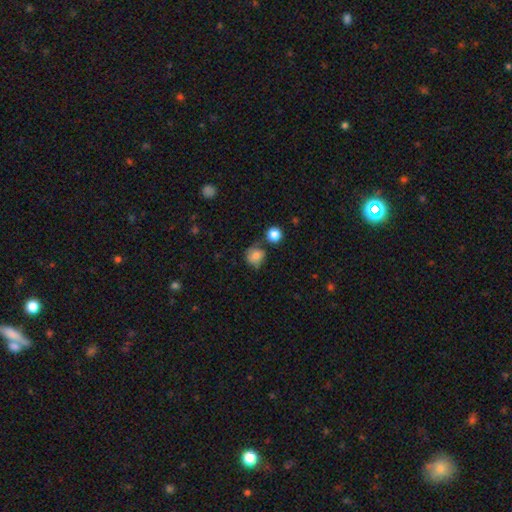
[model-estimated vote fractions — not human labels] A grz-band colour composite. It shows a smooth galaxy with no disk features (76%) that is round (76%). Merging: none (58%).